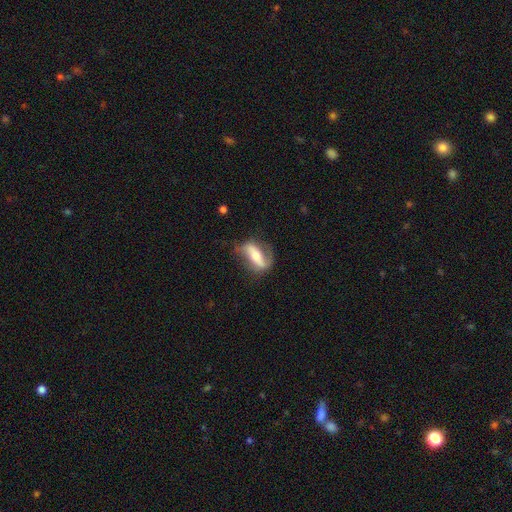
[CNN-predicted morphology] This appears to be a featured or disk galaxy (70%) with a strong bar (52%), spiral arms (83%) and a moderate central bulge (58%). Merging: none (63%).